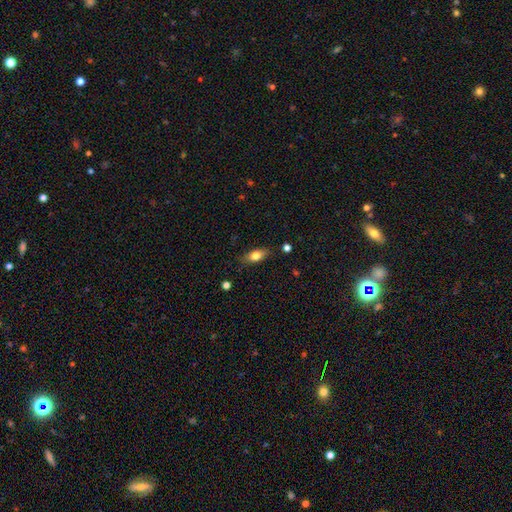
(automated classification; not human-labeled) This is likely a smooth galaxy (75%). How rounded: likely in between (79%). Merging: clearly none (81%).